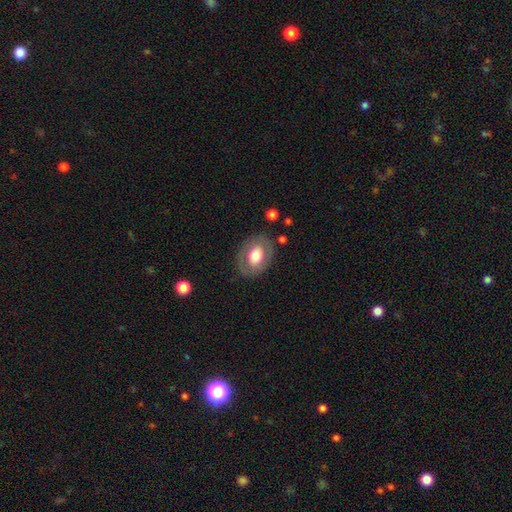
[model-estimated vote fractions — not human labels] This appears to be a smooth galaxy with no disk features (57%) that is in between round and cigar-shaped (70%). Merging: none (80%).